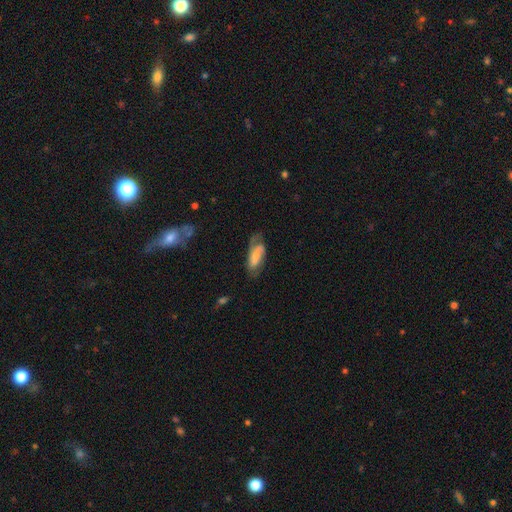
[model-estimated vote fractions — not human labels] This is possibly a smooth galaxy (49%). Merging: possibly none (52%).